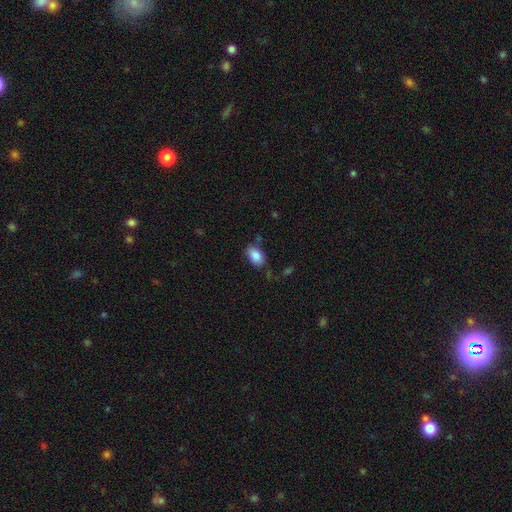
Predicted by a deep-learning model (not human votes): A smooth galaxy with no disk features (86%) that is in between round and cigar-shaped (91%).

Vote fractions:
- Smooth or featured? smooth: 86% / star or artifact: 8% / featured or disk: 6%
- How rounded? in between: 91% / round: 8% / cigar-shaped: 2%
- Merging? none: 74% / minor disturbance: 18% / major disturbance: 5% / merger: 4%